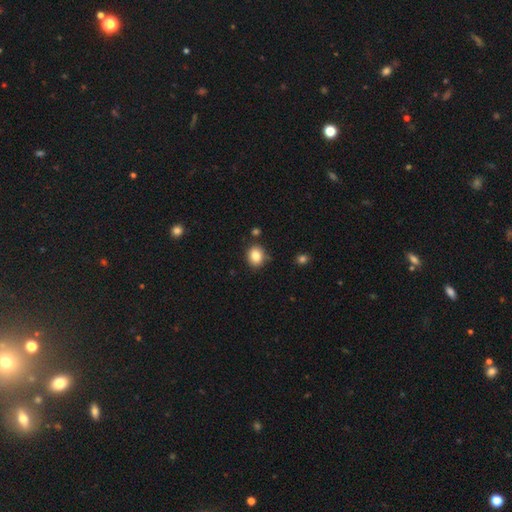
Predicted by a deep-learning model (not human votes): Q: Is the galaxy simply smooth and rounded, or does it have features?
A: smooth — 84%.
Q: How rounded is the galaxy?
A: round — 60%.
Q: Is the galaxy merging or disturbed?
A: none — 82%.